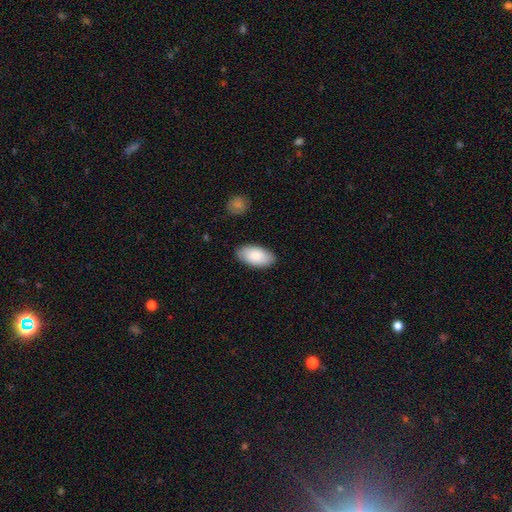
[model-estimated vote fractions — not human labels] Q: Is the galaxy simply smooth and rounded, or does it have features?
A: smooth — 86%.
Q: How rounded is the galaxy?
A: in between — 95%.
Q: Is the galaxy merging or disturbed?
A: none — 86%.